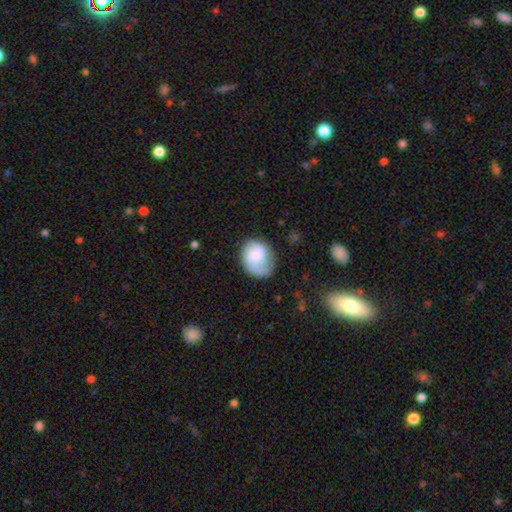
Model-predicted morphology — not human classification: A smooth galaxy with no disk features (62%) that is round (53%).

Vote fractions:
- Smooth or featured? smooth: 62% / featured or disk: 31% / star or artifact: 7%
- How rounded? round: 53% / in between: 46% / cigar-shaped: 1%
- Merging? none: 53% / minor disturbance: 28% / major disturbance: 16% / merger: 3%